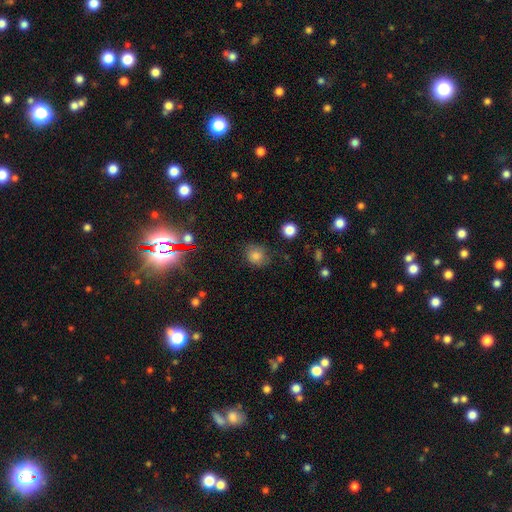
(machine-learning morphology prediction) Overall: smooth (77%). How rounded: round (75%). Merging: none (71%).